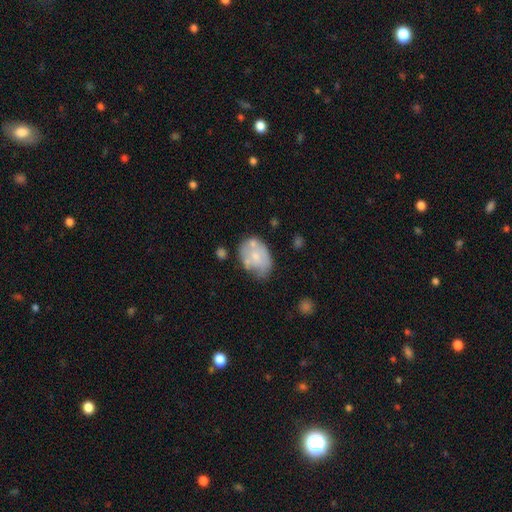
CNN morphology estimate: Smooth or featured? smooth (53%)
How rounded? in between (76%)
Merging? none (42%)